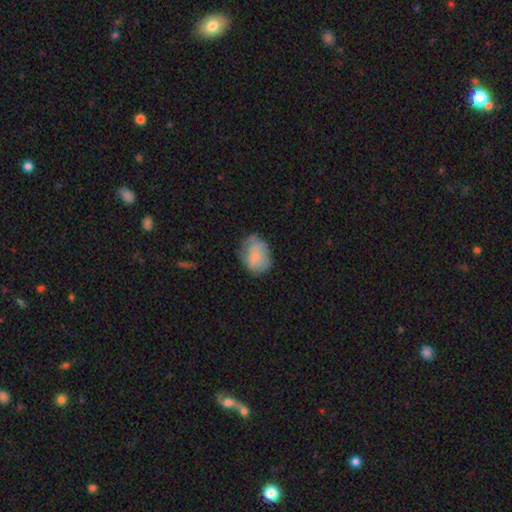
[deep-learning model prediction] Smooth or featured? smooth (75%)
How rounded? in between (67%)
Merging? none (53%)